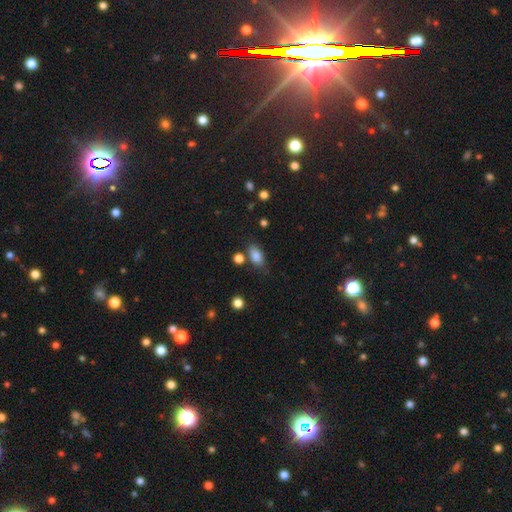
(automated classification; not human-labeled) Q: Smooth or featured?
A: smooth (84%); runner-up: star or artifact (9%)
Q: How rounded?
A: in between (88%); runner-up: round (8%)
Q: Merging?
A: none (70%); runner-up: minor disturbance (17%)